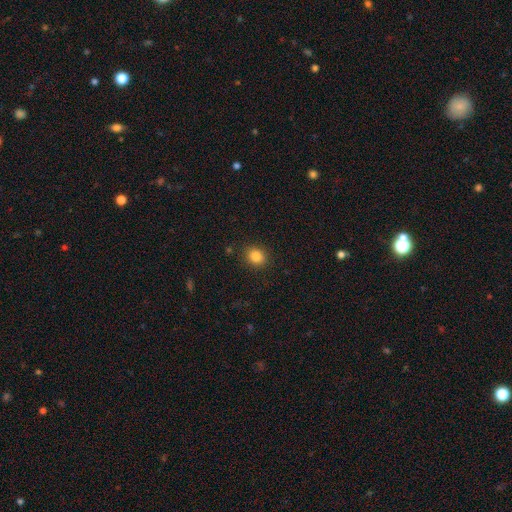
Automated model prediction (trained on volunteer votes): smooth_or_featured: smooth (p=0.85) [alt: star or artifact p=0.11]
how_rounded: round (p=0.69) [alt: in between p=0.30]
merging: none (p=0.88) [alt: minor disturbance p=0.08]